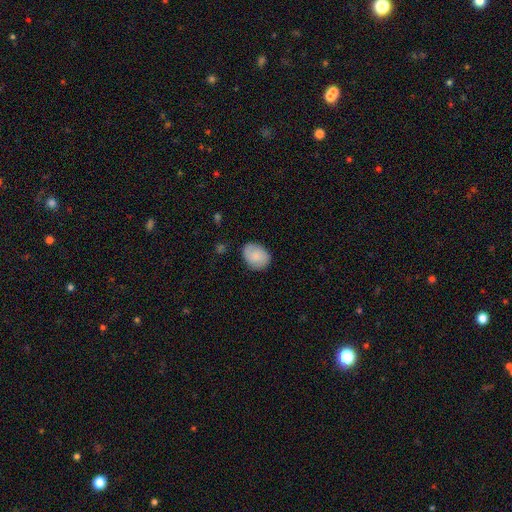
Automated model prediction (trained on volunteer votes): Overall: smooth (80%). How rounded: in between (59%; round 40%). Merging: none (80%).